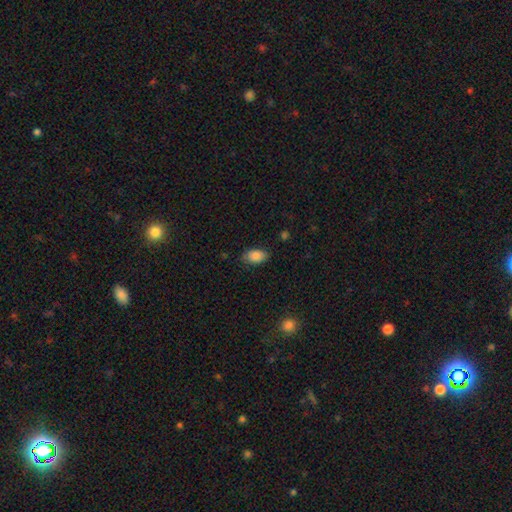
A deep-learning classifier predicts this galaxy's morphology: Overall: smooth (86%). How rounded: in between (90%). Merging: none (78%).